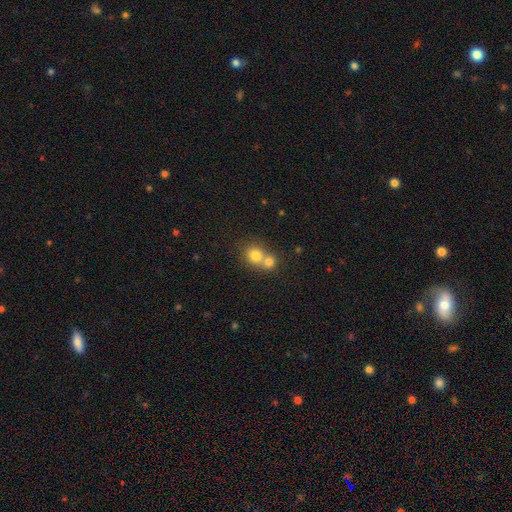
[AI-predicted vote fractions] Smooth or featured? smooth (77%)
How rounded? round (82%)
Merging? merger (58%)